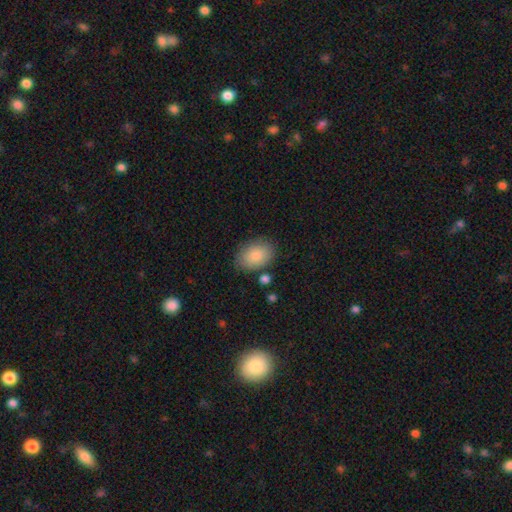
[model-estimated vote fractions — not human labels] smooth 87%, featured or disk 7%, star or artifact 6%. Down the decision tree: how rounded — in between (82%); merging — none (79%).